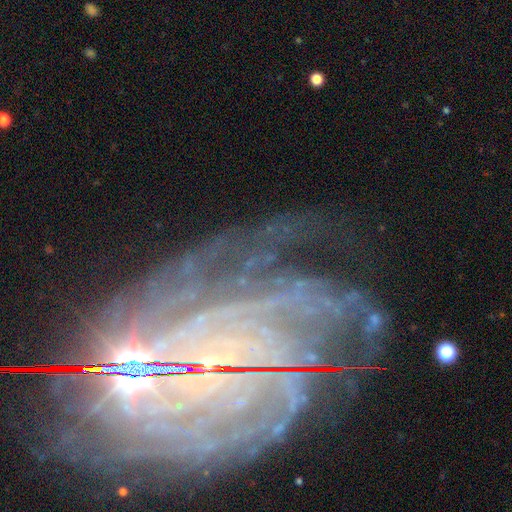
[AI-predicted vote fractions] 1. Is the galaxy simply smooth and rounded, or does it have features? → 79% featured or disk, 14% star or artifact, 7% smooth.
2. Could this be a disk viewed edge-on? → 95% no, 5% yes.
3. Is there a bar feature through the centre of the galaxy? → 38% no, 35% weak, 27% strong.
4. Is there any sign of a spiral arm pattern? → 95% yes, 5% no.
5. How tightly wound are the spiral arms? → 75% tight, 19% medium, 6% loose.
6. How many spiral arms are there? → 28% can't tell, 23% more than 4, 15% 4, 12% 3, 12% 2, 10% 1.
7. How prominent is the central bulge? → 70% small, 19% moderate, 7% none, 3% large, 2% dominant.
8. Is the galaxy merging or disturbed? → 70% none, 16% minor disturbance, 11% major disturbance, 3% merger.